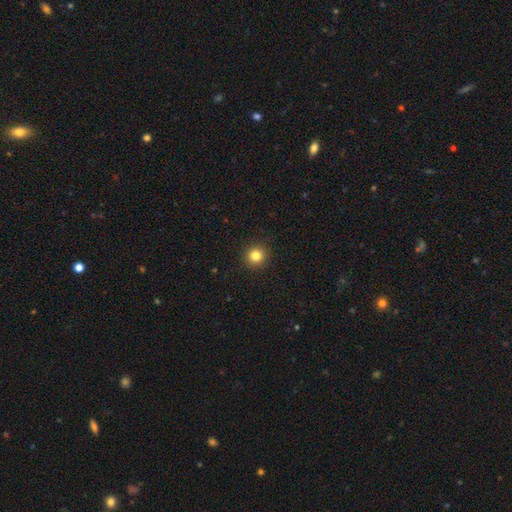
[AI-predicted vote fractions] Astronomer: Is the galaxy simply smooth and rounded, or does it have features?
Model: smooth — 82%.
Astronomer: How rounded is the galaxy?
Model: round — 95%.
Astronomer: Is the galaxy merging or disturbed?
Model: none — 93%.